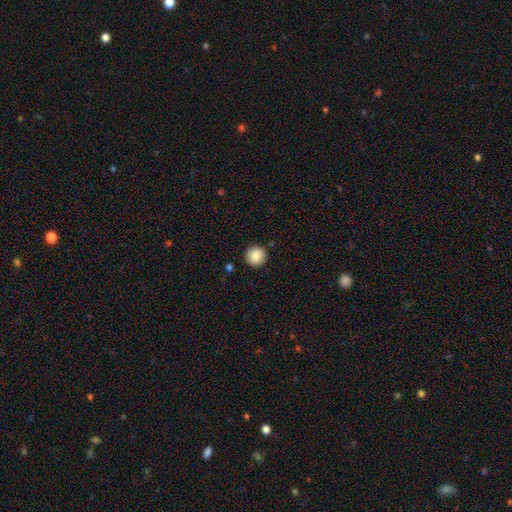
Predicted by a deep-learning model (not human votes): Morphology: type=smooth (86%); roundness=round (95%); merging=none (90%).